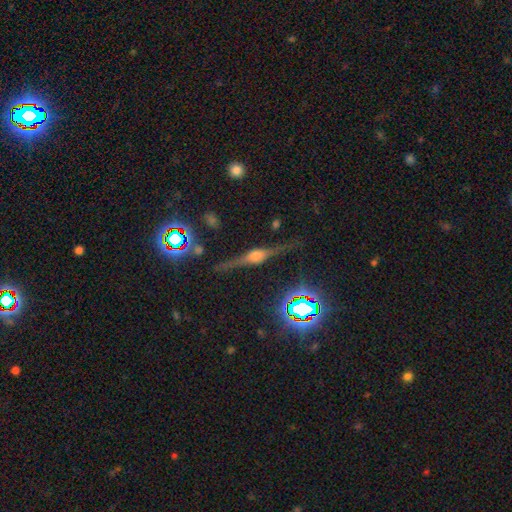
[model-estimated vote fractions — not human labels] Q: Smooth or featured?
A: featured or disk (77%); runner-up: star or artifact (12%)
Q: Edge-on disk?
A: yes (95%); runner-up: no (5%)
Q: Edge-on bulge?
A: rounded (84%); runner-up: boxy (13%)
Q: Merging?
A: none (81%); runner-up: minor disturbance (13%)